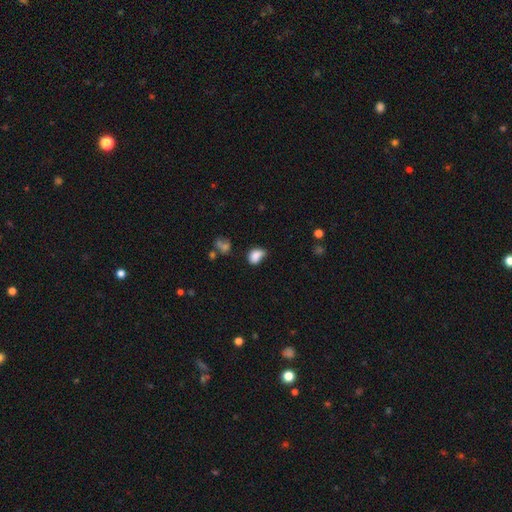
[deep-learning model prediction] smooth 82%, star or artifact 11%, featured or disk 8%. Down the decision tree: how rounded — in between (73%); merging — none (39%).